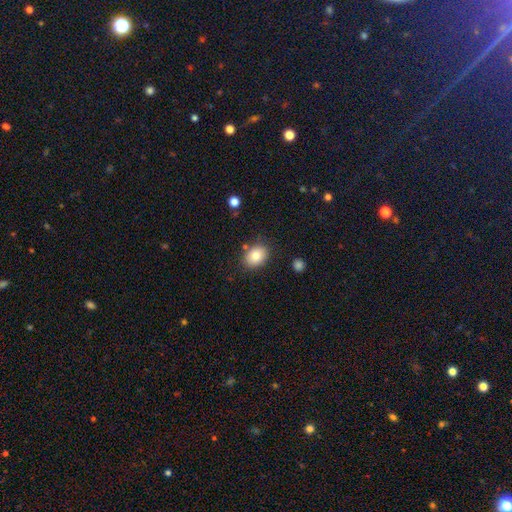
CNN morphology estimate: Smooth or featured? Predicted: smooth (p=0.83). How rounded? Predicted: in between (p=0.64). Merging? Predicted: none (p=0.81).